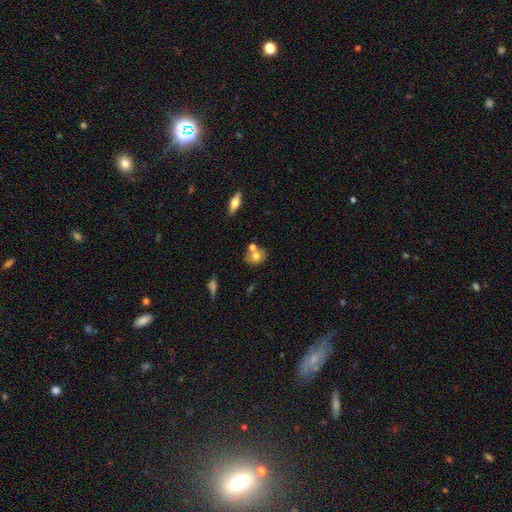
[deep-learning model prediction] Q: Smooth or featured?
A: smooth (66%); runner-up: featured or disk (23%)
Q: How rounded?
A: round (58%); runner-up: in between (40%)
Q: Merging?
A: none (56%); runner-up: merger (29%)